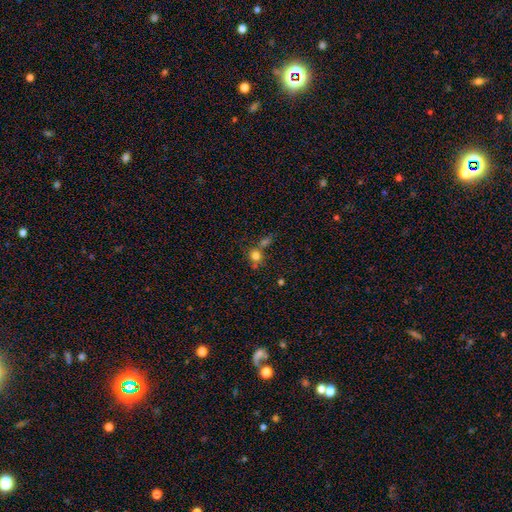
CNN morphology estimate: Smooth or featured? smooth (77%)
How rounded? round (79%)
Merging? none (50%)